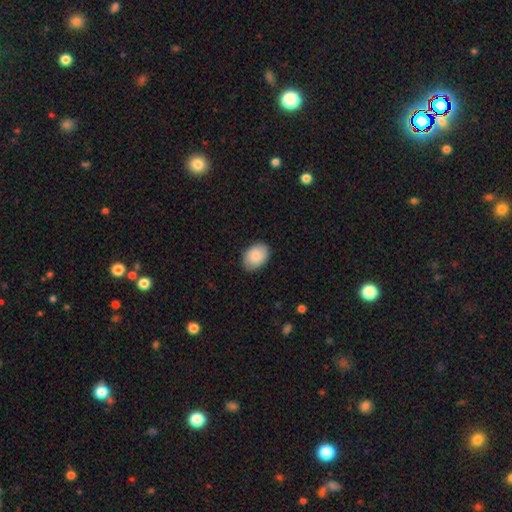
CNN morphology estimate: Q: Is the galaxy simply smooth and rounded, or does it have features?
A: smooth — 88%.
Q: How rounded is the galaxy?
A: in between — 77%.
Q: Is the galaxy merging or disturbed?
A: none — 86%.